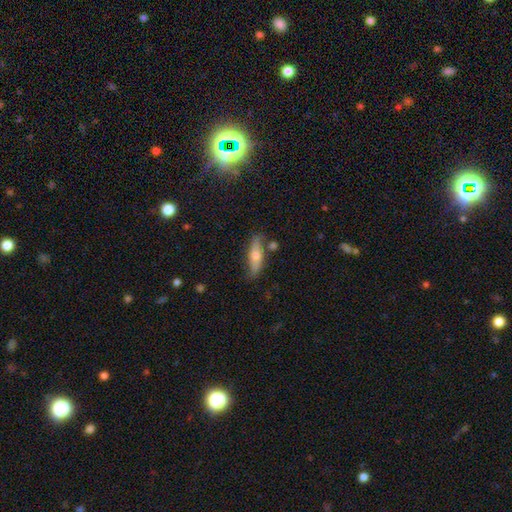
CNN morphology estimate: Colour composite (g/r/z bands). It shows a smooth galaxy with no disk features (50%). Merging: none (75%).